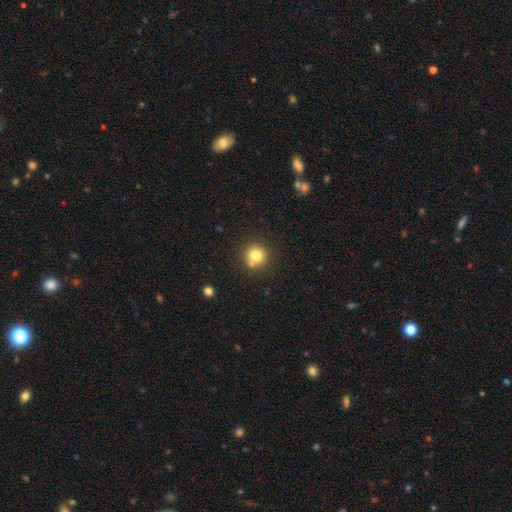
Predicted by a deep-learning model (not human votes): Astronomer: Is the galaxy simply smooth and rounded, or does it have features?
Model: smooth — 78%.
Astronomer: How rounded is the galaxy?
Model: round — 93%.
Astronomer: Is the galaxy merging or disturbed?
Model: none — 75%.